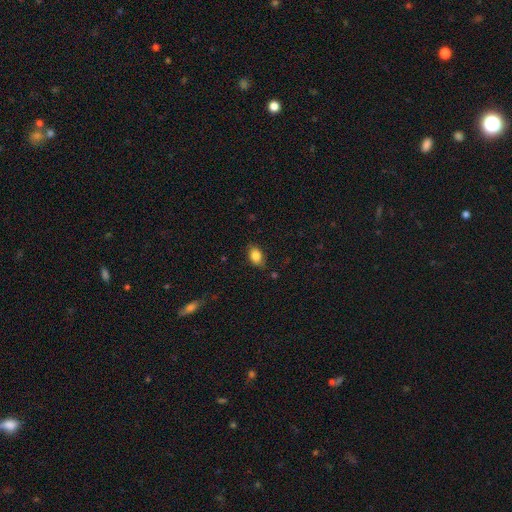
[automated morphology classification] A smooth galaxy with no disk features (84%) that is in between round and cigar-shaped (80%).

Vote fractions:
- Smooth or featured? smooth: 84% / star or artifact: 9% / featured or disk: 8%
- How rounded? in between: 80% / round: 18% / cigar-shaped: 2%
- Merging? none: 81% / minor disturbance: 15% / major disturbance: 3% / merger: 1%